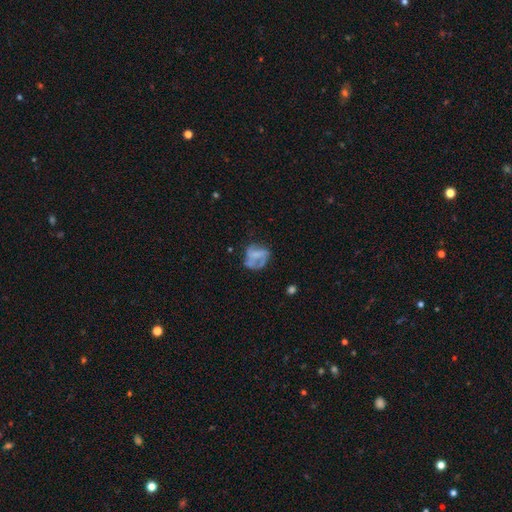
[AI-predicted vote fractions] Morphology: type=featured or disk (55%); edge-on=no (98%); bar=no (67%); spiral arms=no (51%); bulge=none (58%); merging=none (42%).